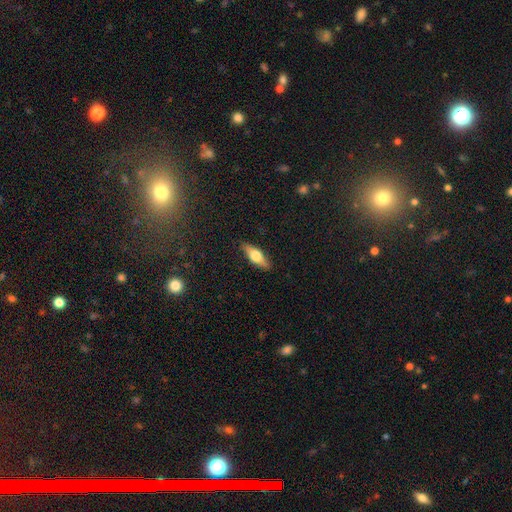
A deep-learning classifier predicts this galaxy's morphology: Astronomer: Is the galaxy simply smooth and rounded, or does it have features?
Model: smooth — 49% (runner-up: featured or disk, 44%).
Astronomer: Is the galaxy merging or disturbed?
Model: none — 87%.